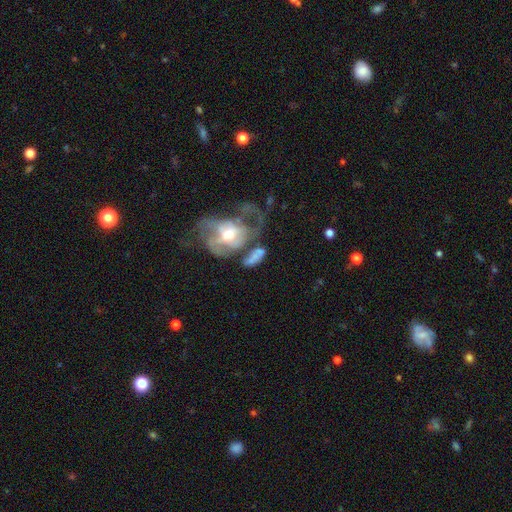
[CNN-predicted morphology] type=featured or disk (50%); merging=merger (34%).